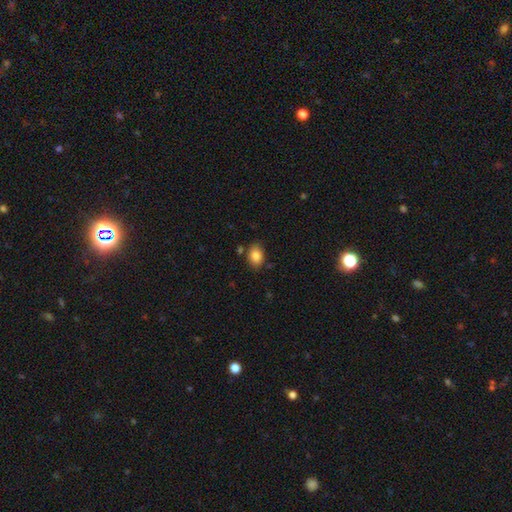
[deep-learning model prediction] smooth-or-featured: smooth: 84% | star or artifact: 8% | featured or disk: 7%
  how-rounded: in between: 76% | round: 22% | cigar-shaped: 1%
  merging: none: 78% | minor disturbance: 14% | merger: 4% | major disturbance: 3%